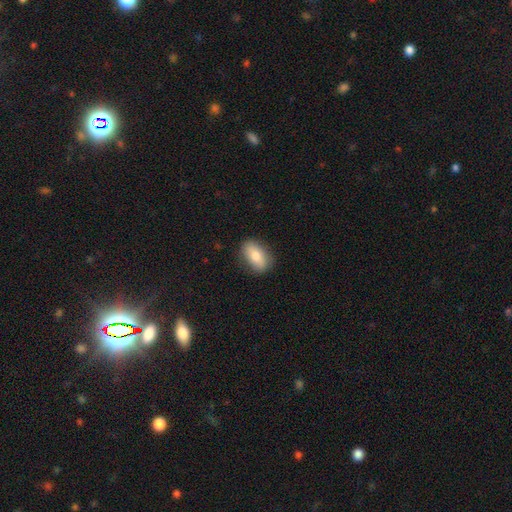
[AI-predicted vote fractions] The model was most divided on "smooth or featured": smooth: 72%, featured or disk: 21%, star or artifact: 7%. More confident: how rounded — in between (85%); merging — none (83%).